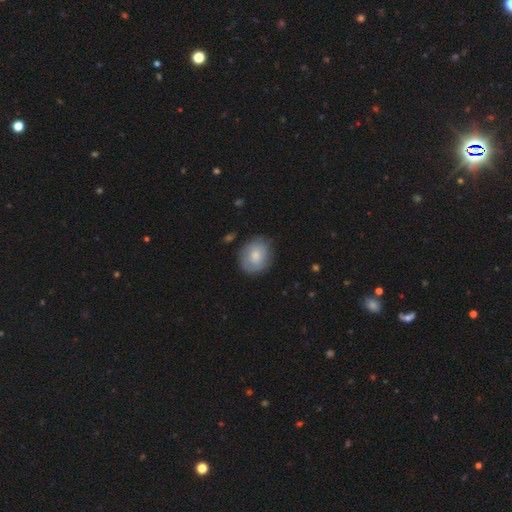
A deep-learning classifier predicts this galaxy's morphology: Smooth or featured?
  - smooth: 69% *
  - featured or disk: 25%
  - star or artifact: 6%
How rounded?
  - round: 61% *
  - in between: 38%
  - cigar-shaped: 1%
Merging?
  - none: 75% *
  - minor disturbance: 18%
  - major disturbance: 5%
  - merger: 2%